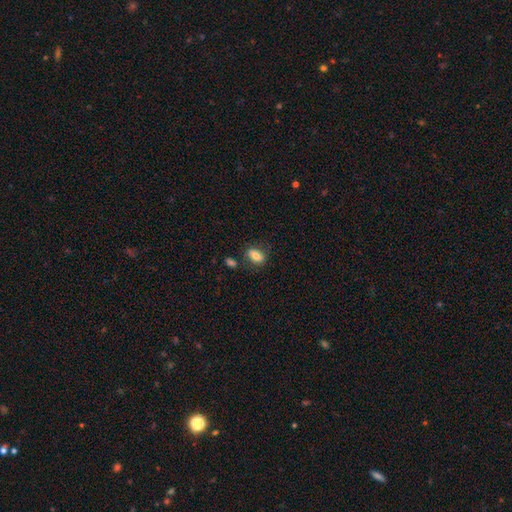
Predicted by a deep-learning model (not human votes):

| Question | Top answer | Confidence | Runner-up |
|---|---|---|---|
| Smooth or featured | smooth | 75% | featured or disk (16%) |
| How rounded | in between | 82% | round (15%) |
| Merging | none | 67% | minor disturbance (17%) |